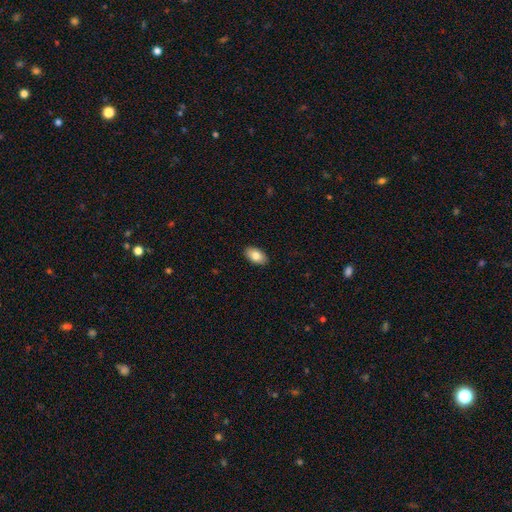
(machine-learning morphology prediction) Smooth or featured? Predicted: smooth (p=0.81). How rounded? Predicted: in between (p=0.93). Merging? Predicted: none (p=0.90).